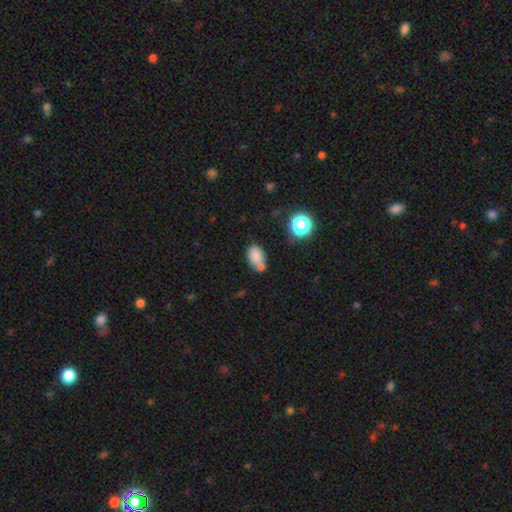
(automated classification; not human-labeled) The model was most divided on "merging": none: 48%, merger: 30%, minor disturbance: 17%, major disturbance: 6%. More confident: how rounded — in between (83%); smooth or featured — smooth (79%).